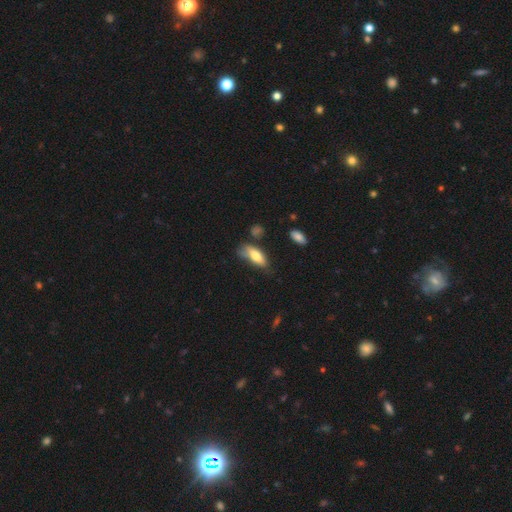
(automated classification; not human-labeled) Q: Smooth or featured?
A: smooth (74%); runner-up: featured or disk (20%)
Q: How rounded?
A: in between (75%); runner-up: cigar-shaped (23%)
Q: Merging?
A: none (45%); runner-up: minor disturbance (35%)